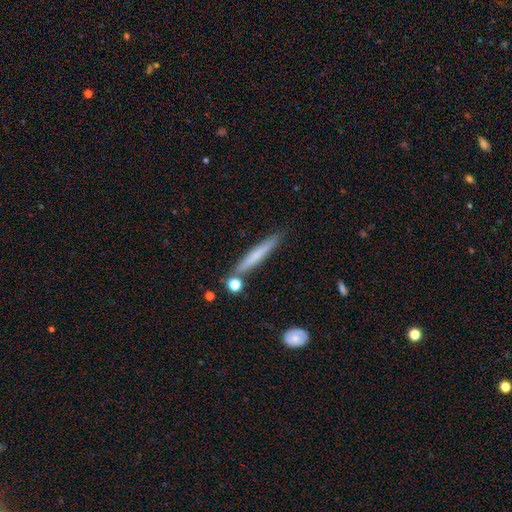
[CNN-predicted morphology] This appears to be a smooth galaxy with no disk features (59%) that is cigar-shaped (95%). Merging: none (80%).